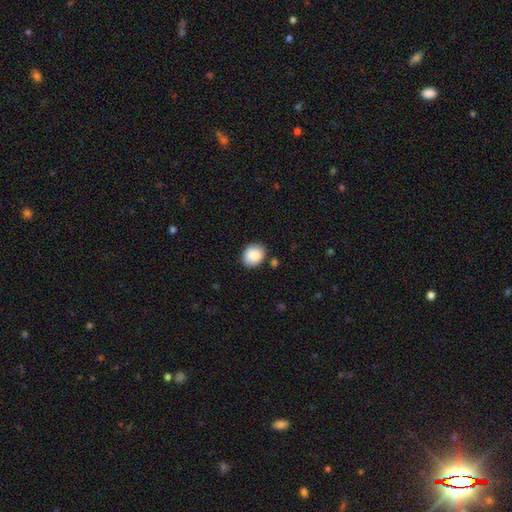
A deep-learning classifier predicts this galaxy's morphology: smooth-or-featured: smooth: 88% | star or artifact: 7% | featured or disk: 5%
  how-rounded: round: 56% | in between: 44% | cigar-shaped: 1%
  merging: none: 82% | minor disturbance: 12% | merger: 3% | major disturbance: 3%